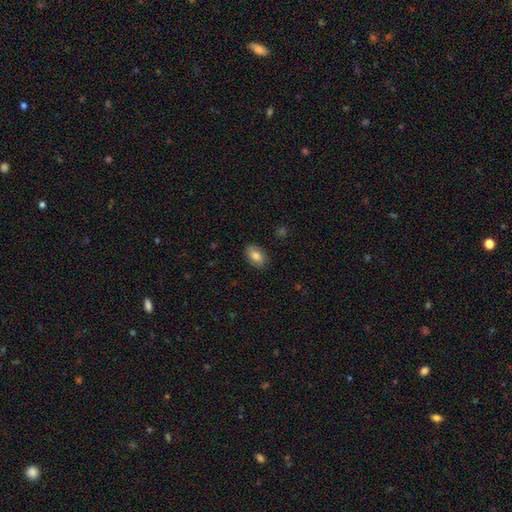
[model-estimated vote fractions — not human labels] A smooth galaxy with no disk features (82%) that is in between round and cigar-shaped (89%).

Vote fractions:
- Smooth or featured? smooth: 82% / featured or disk: 10% / star or artifact: 7%
- How rounded? in between: 89% / round: 9% / cigar-shaped: 1%
- Merging? none: 85% / minor disturbance: 11% / major disturbance: 3% / merger: 1%